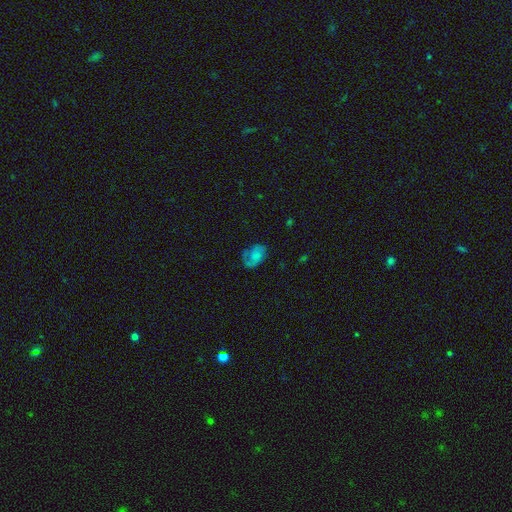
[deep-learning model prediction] smooth 53%, featured or disk 37%, star or artifact 10%. Down the decision tree: how rounded — in between (81%); merging — none (53%).